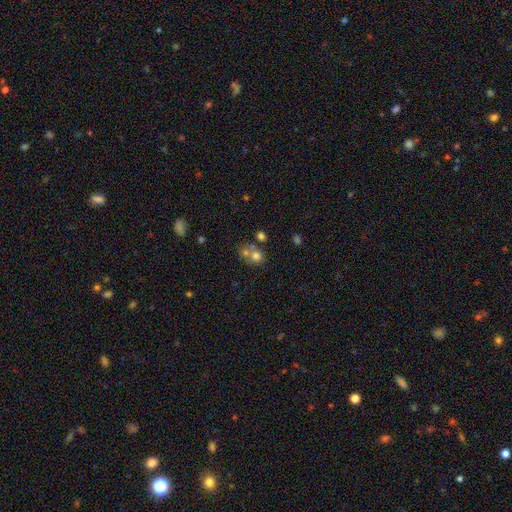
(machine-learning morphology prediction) This is likely a smooth galaxy (68%). How rounded: likely round (74%). Merging: possibly merger (48%).